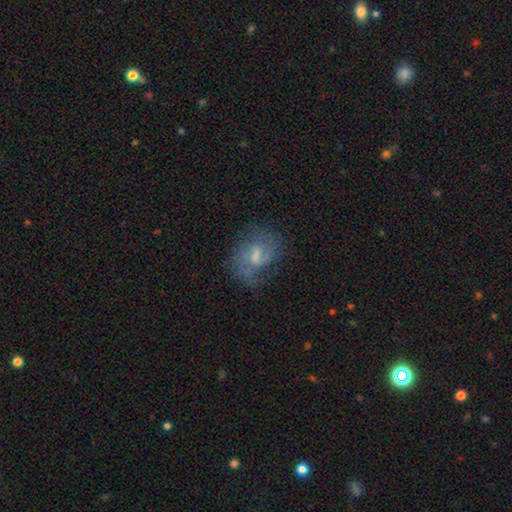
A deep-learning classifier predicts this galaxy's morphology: featured or disk 69%, smooth 21%, star or artifact 9%. Down the decision tree: edge-on disk — no (97%); bar — weak (61%); spiral arms — yes (86%); spiral arm count — 2 (58%); spiral winding — medium (46%); bulge size — small (40%); merging — none (62%).